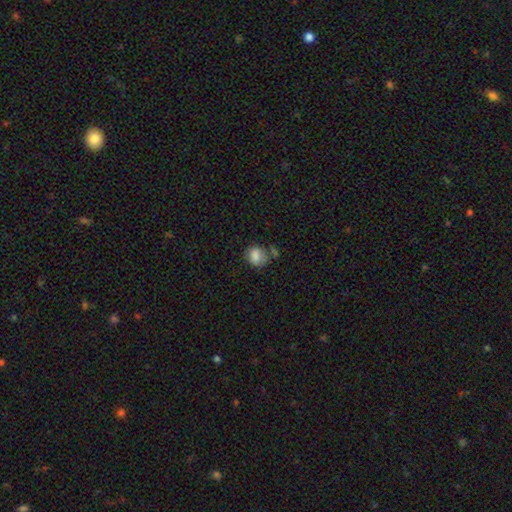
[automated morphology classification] Q: Smooth or featured?
A: smooth (84%); runner-up: star or artifact (9%)
Q: How rounded?
A: round (59%); runner-up: in between (40%)
Q: Merging?
A: none (56%); runner-up: minor disturbance (22%)